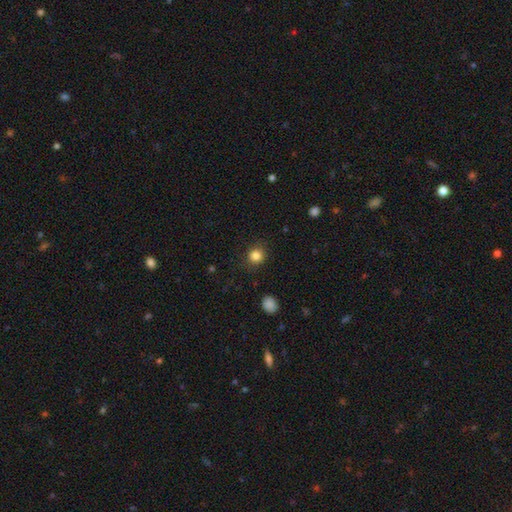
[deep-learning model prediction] This appears to be a smooth galaxy with no disk features (84%) that is round (88%). Merging: none (87%).